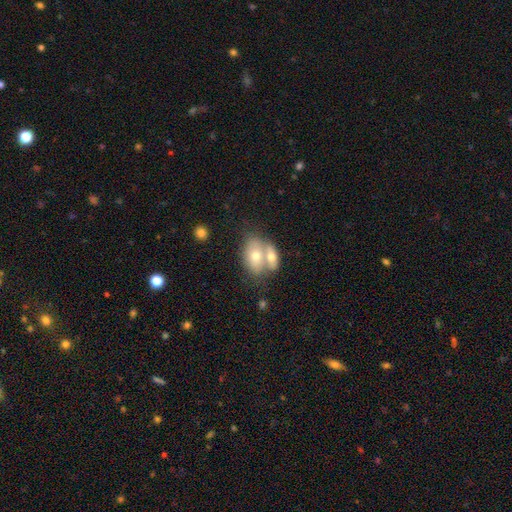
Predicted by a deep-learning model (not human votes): Smooth or featured: smooth — 65% (featured or disk — 28%)
How rounded: in between — 80% (round — 17%)
Merging: merger — 63% (none — 25%)